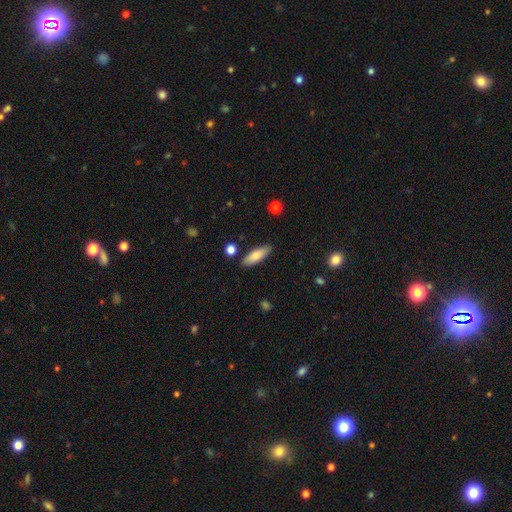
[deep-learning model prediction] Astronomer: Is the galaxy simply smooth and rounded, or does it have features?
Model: smooth — 75%.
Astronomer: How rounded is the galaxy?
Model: in between — 51% (runner-up: cigar-shaped, 46%).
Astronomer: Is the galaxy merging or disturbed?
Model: none — 87%.